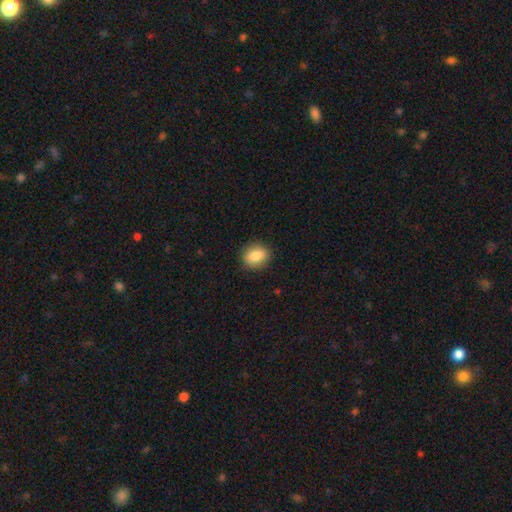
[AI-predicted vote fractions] Smooth or featured?
  - smooth: 83% *
  - featured or disk: 9%
  - star or artifact: 8%
How rounded?
  - round: 51% *
  - in between: 47%
  - cigar-shaped: 2%
Merging?
  - none: 88% *
  - minor disturbance: 9%
  - major disturbance: 2%
  - merger: 1%